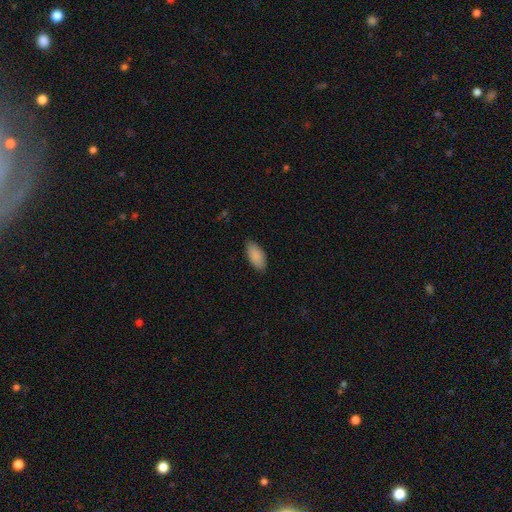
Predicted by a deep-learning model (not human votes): Morphology: type=smooth (89%); roundness=in between (92%); merging=none (84%).